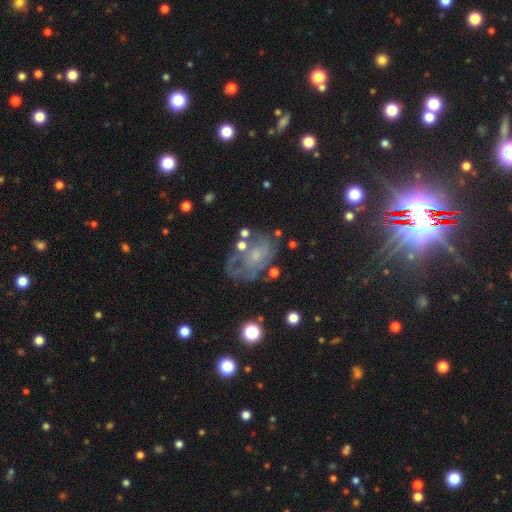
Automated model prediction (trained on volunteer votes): featured or disk 64%, smooth 23%, star or artifact 13%. Down the decision tree: edge-on disk — no (97%); bar — no (75%); spiral arms — yes (64%); bulge size — small (58%); merging — none (47%).